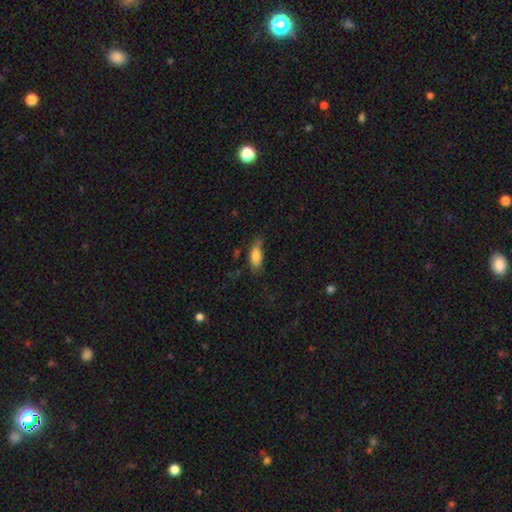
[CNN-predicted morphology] Smooth or featured?
  - smooth: 82% *
  - featured or disk: 11%
  - star or artifact: 7%
How rounded?
  - in between: 78% *
  - cigar-shaped: 20%
  - round: 3%
Merging?
  - none: 59% *
  - minor disturbance: 30%
  - major disturbance: 8%
  - merger: 2%